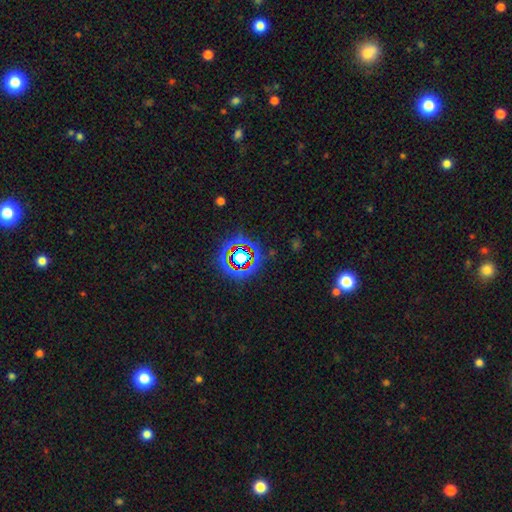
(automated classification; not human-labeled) smooth_or_featured: star or artifact (p=0.51) [alt: featured or disk p=0.25]